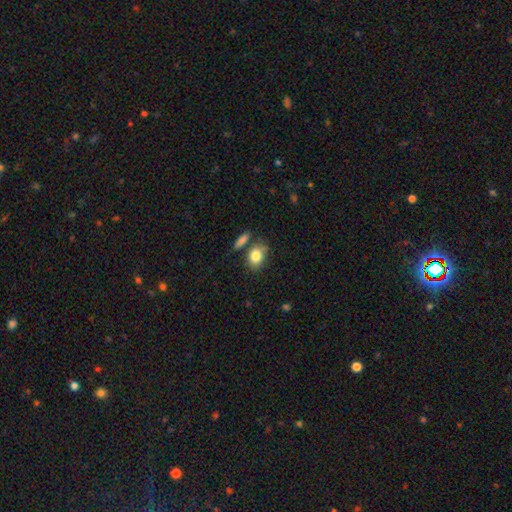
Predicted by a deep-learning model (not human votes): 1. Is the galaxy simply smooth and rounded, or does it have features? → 83% smooth, 9% featured or disk, 8% star or artifact.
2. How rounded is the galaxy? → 71% in between, 27% round, 2% cigar-shaped.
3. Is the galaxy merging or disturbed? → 62% none, 17% merger, 16% minor disturbance, 5% major disturbance.